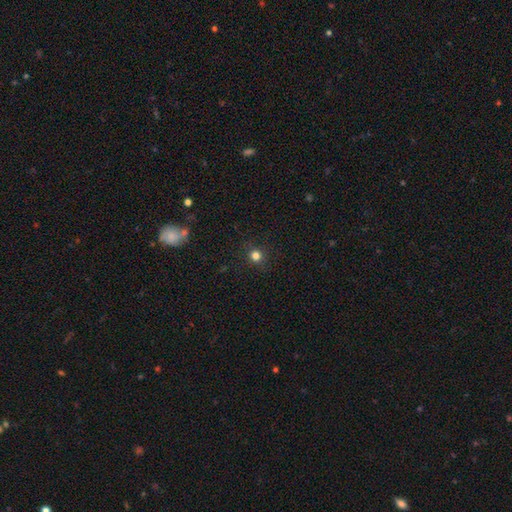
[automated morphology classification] Q: Smooth or featured?
A: smooth (78%); runner-up: star or artifact (17%)
Q: How rounded?
A: round (92%); runner-up: in between (7%)
Q: Merging?
A: none (90%); runner-up: minor disturbance (7%)